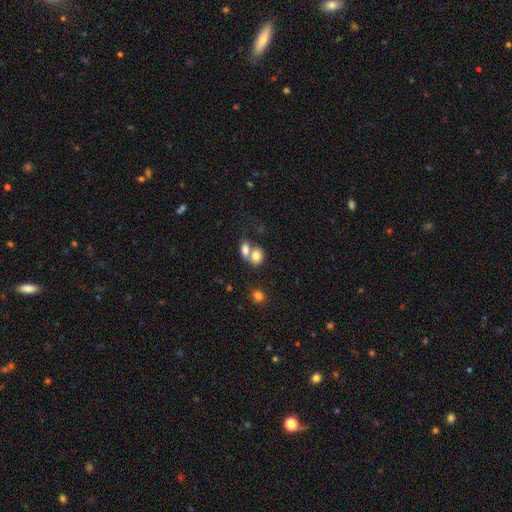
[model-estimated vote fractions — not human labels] Morphology: type=smooth (77%); roundness=in between (54%); merging=merger (60%).